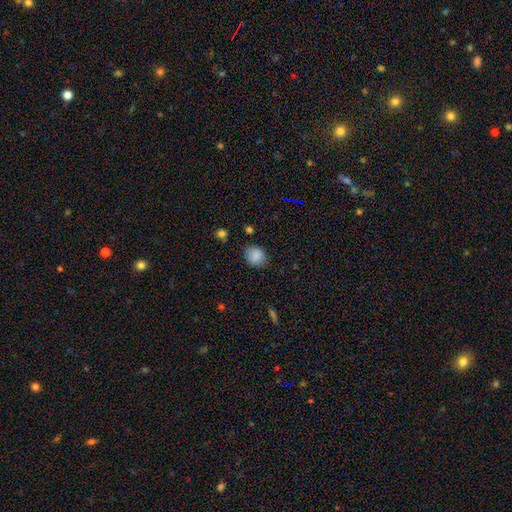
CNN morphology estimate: Smooth or featured?
  - smooth: 86% *
  - star or artifact: 9%
  - featured or disk: 4%
How rounded?
  - round: 75% *
  - in between: 24%
  - cigar-shaped: 1%
Merging?
  - none: 79% *
  - minor disturbance: 15%
  - major disturbance: 4%
  - merger: 2%